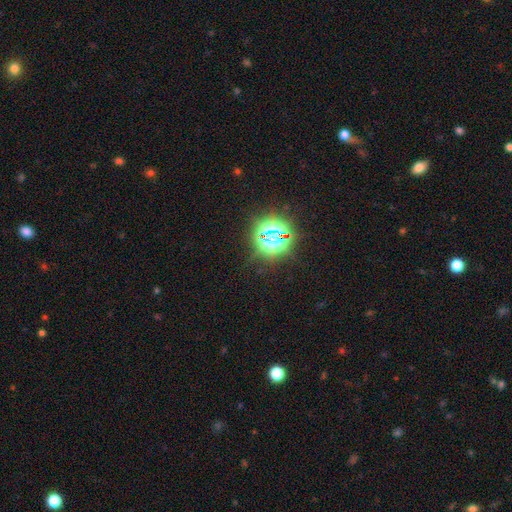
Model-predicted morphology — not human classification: Smooth or featured?
  - star or artifact: 76% *
  - smooth: 19%
  - featured or disk: 5%